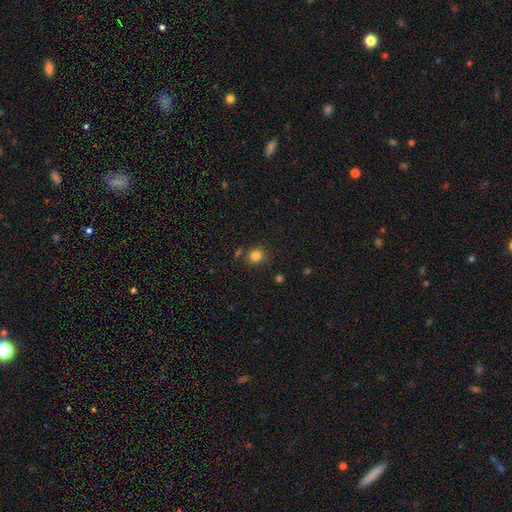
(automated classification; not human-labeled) This is clearly a smooth galaxy (83%). How rounded: clearly round (84%). Merging: clearly none (80%).